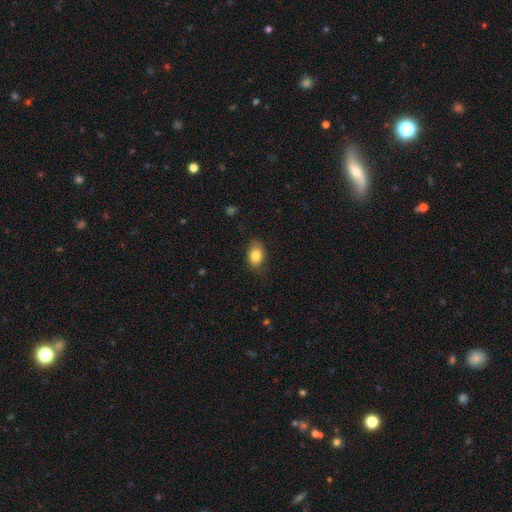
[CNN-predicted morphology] smooth-or-featured: smooth: 82% | featured or disk: 10% | star or artifact: 8%
  how-rounded: in between: 80% | round: 18% | cigar-shaped: 1%
  merging: none: 76% | minor disturbance: 19% | major disturbance: 4% | merger: 1%